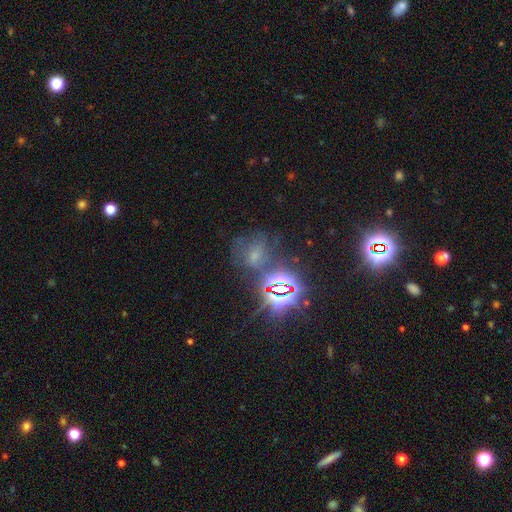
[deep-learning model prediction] Smooth or featured? star or artifact (50%)